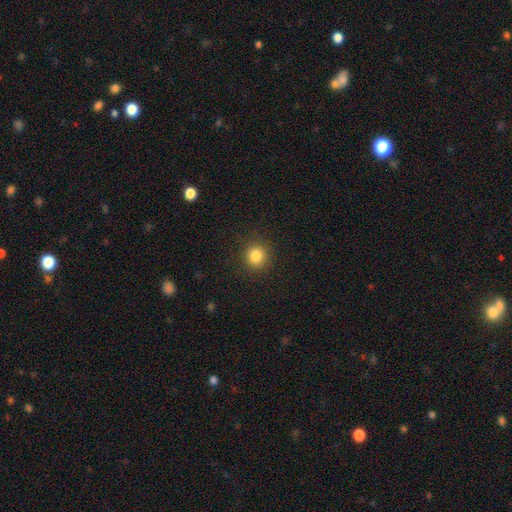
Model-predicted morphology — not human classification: Smooth or featured? Predicted: smooth (p=0.83). How rounded? Predicted: round (p=0.91). Merging? Predicted: none (p=0.89).